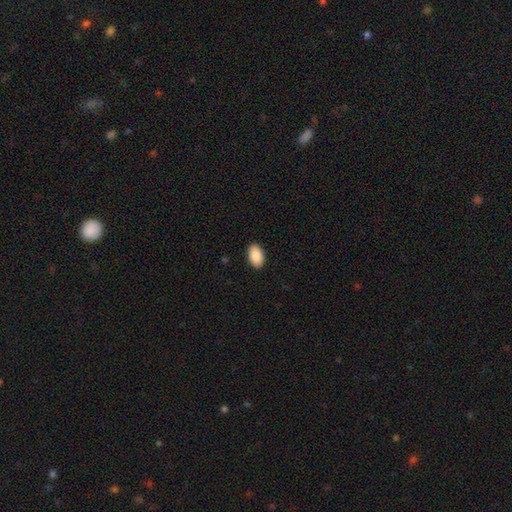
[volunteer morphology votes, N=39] A smooth galaxy with no disk features (97%) that is in between round and cigar-shaped (97%).

Vote fractions:
- Smooth or featured? smooth: 97% / star or artifact: 3% / featured or disk: 0%
- How rounded? in between: 97% / cigar-shaped: 3% / round: 0%
- Merging? none: 87% / minor disturbance: 11% / major disturbance: 3% / merger: 0%